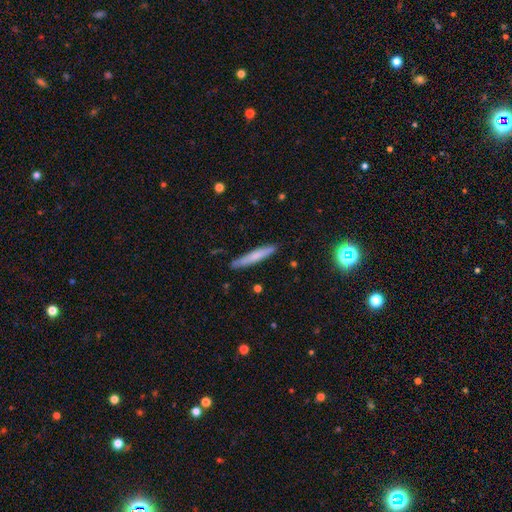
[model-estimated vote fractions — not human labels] Overall: smooth (64%; featured or disk 29%). How rounded: cigar-shaped (94%). Merging: none (87%).